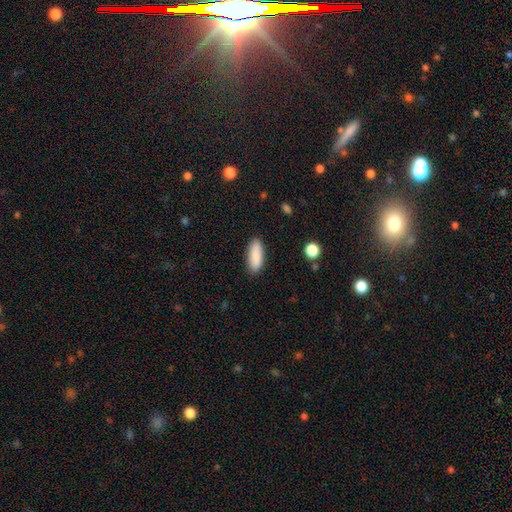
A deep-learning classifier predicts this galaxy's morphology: Smooth or featured? smooth (88%)
How rounded? in between (68%)
Merging? none (87%)